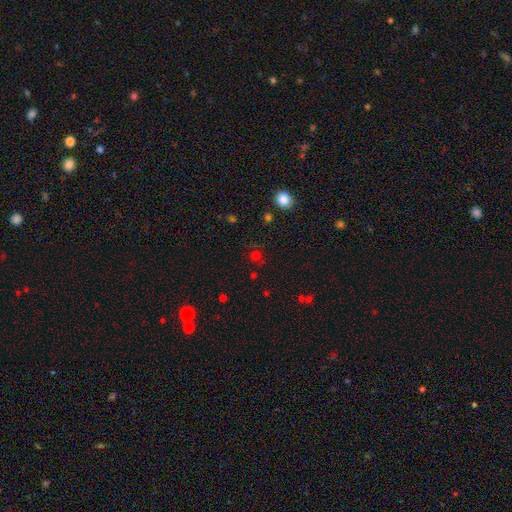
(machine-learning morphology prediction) This is likely a smooth galaxy (60%). How rounded: clearly round (87%). Merging: clearly none (80%).